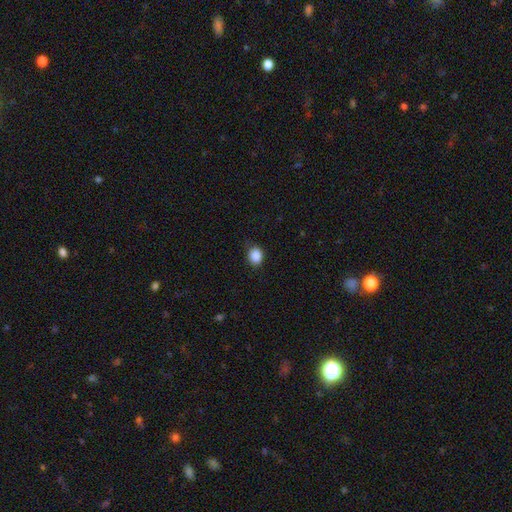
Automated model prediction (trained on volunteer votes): This appears to be a smooth galaxy with no disk features (88%) that is round (52%). Merging: none (82%).